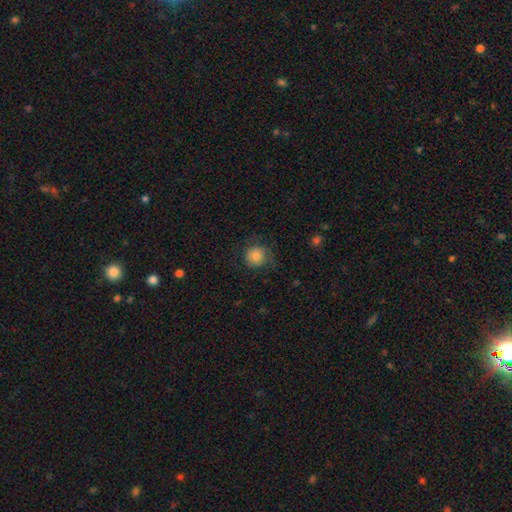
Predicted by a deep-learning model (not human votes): A smooth galaxy with no disk features (81%) that is round (89%). Merging: none (69%).